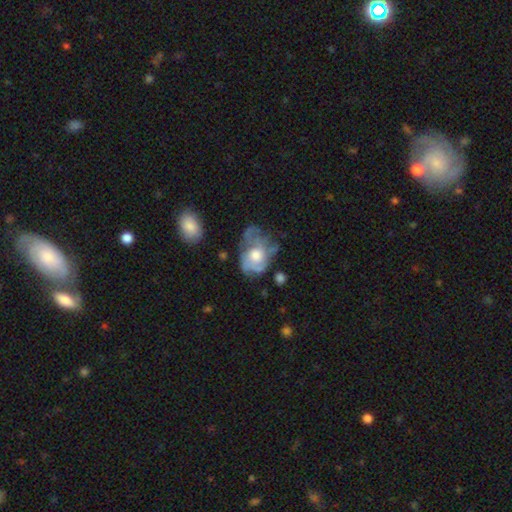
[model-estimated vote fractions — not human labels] Q: Smooth or featured?
A: featured or disk (59%); runner-up: smooth (33%)
Q: Edge-on disk?
A: no (97%); runner-up: yes (3%)
Q: Bar?
A: no (86%); runner-up: weak (12%)
Q: Spiral arms?
A: no (55%); runner-up: yes (45%)
Q: Bulge size?
A: moderate (53%); runner-up: large (35%)
Q: Merging?
A: major disturbance (36%); runner-up: none (35%)